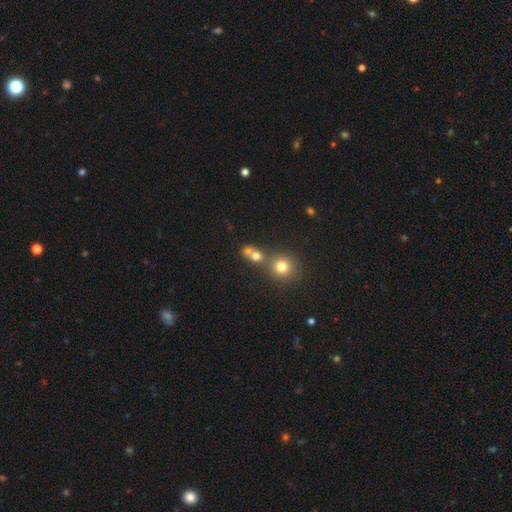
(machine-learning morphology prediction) smooth 65%, star or artifact 22%, featured or disk 13%. Down the decision tree: how rounded — round (77%); merging — merger (45%).